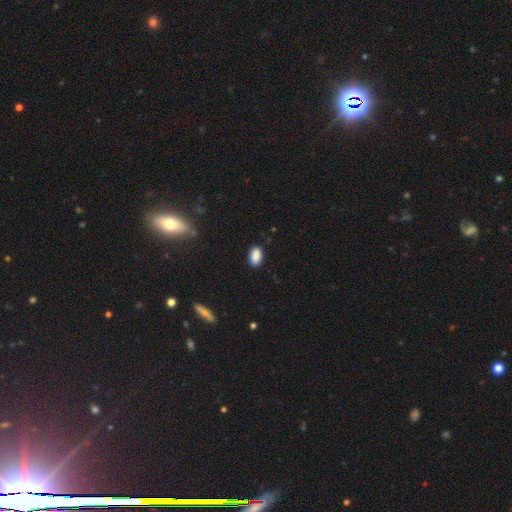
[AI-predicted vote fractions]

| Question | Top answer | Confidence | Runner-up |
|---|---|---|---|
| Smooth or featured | smooth | 88% | star or artifact (8%) |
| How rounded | in between | 91% | round (6%) |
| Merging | none | 86% | minor disturbance (11%) |